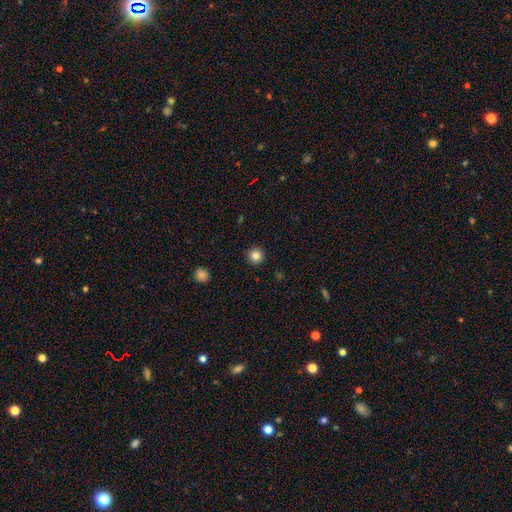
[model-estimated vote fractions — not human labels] Smooth or featured: smooth — 83% (star or artifact — 11%)
How rounded: round — 95% (in between — 4%)
Merging: none — 93% (minor disturbance — 5%)